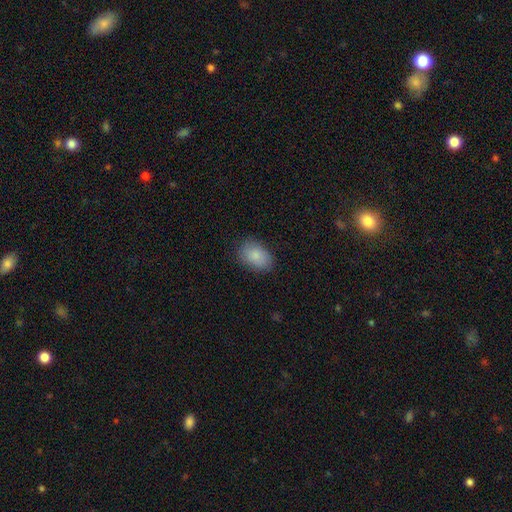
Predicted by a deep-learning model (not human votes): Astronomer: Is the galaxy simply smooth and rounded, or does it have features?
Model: smooth — 86%.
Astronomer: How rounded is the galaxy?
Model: in between — 81%.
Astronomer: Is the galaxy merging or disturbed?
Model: none — 82%.